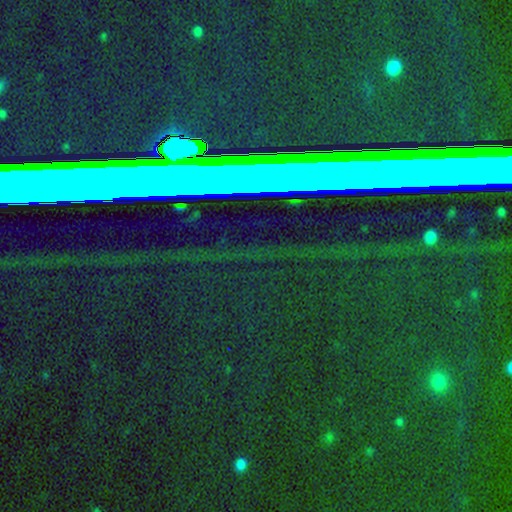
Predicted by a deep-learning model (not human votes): A star or artifact, not a galaxy (85%).